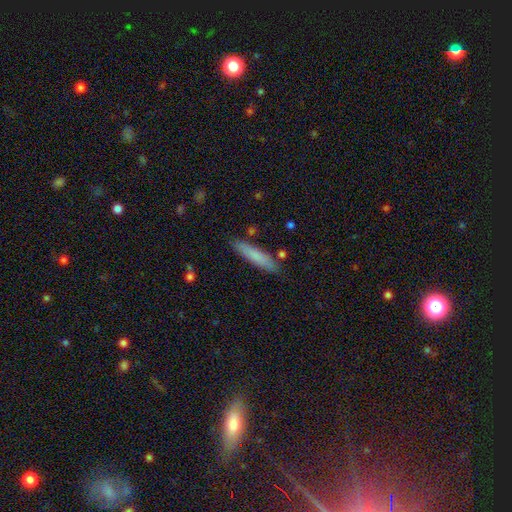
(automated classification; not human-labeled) Smooth or featured: smooth — 77% (featured or disk — 17%)
How rounded: cigar-shaped — 86% (in between — 12%)
Merging: none — 84% (minor disturbance — 11%)